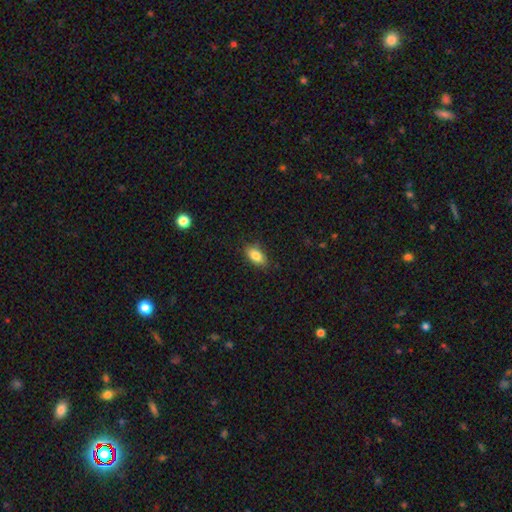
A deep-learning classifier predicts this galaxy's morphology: type=smooth (82%); roundness=in between (87%); merging=none (83%).